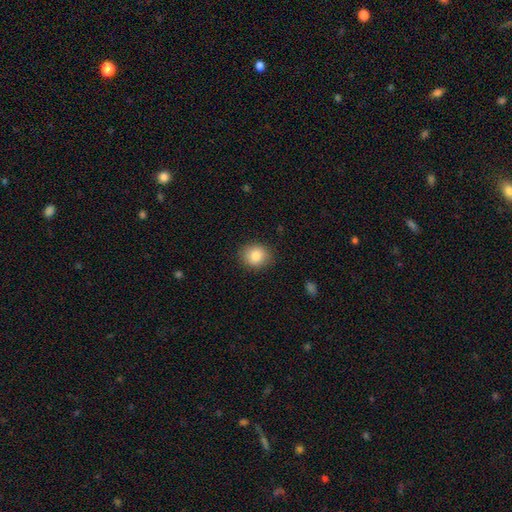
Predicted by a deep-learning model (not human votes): Smooth or featured? smooth (85%)
How rounded? round (75%)
Merging? none (87%)